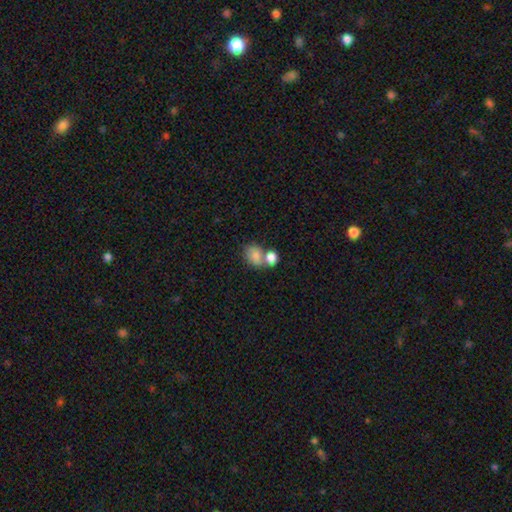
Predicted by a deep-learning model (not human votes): smooth-or-featured: smooth: 80% | featured or disk: 11% | star or artifact: 9%
  how-rounded: in between: 59% | round: 40% | cigar-shaped: 1%
  merging: merger: 54% | none: 31% | minor disturbance: 10% | major disturbance: 5%